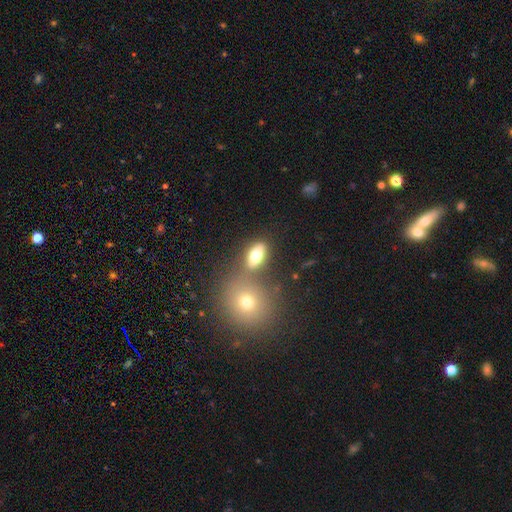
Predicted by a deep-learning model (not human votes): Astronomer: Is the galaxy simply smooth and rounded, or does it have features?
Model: smooth — 71%.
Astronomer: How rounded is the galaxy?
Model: in between — 77%.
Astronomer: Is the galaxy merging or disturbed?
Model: none — 63%.